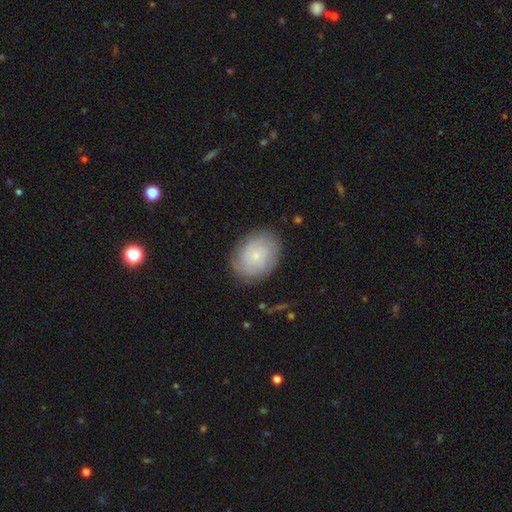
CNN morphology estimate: Smooth or featured: smooth — 47% (featured or disk — 44%)
Merging: none — 80% (minor disturbance — 15%)